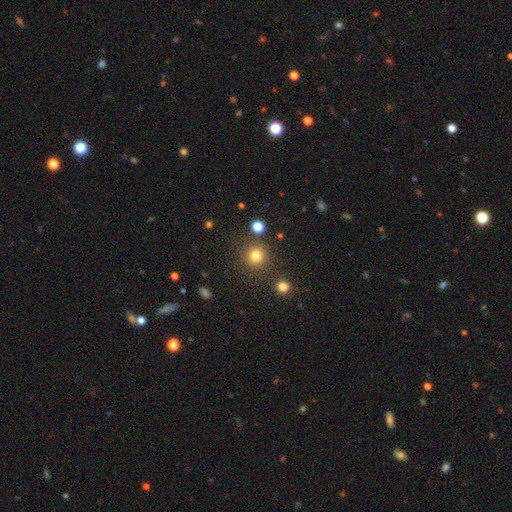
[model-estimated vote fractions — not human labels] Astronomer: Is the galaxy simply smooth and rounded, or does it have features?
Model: smooth — 79%.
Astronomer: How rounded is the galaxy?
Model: round — 93%.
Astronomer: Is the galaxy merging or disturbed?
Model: none — 85%.